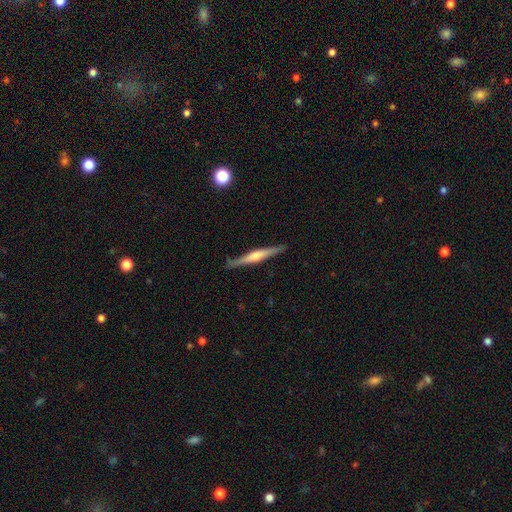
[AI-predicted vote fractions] A featured or disk galaxy (69%) viewed edge-on (97%) with a rounded central bulge (75%).

Vote fractions:
- Smooth or featured? featured or disk: 69% / smooth: 26% / star or artifact: 5%
- Edge-on disk? yes: 97% / no: 3%
- Edge-on bulge? rounded: 75% / none: 13% / boxy: 13%
- Merging? none: 88% / minor disturbance: 9% / major disturbance: 2% / merger: 1%